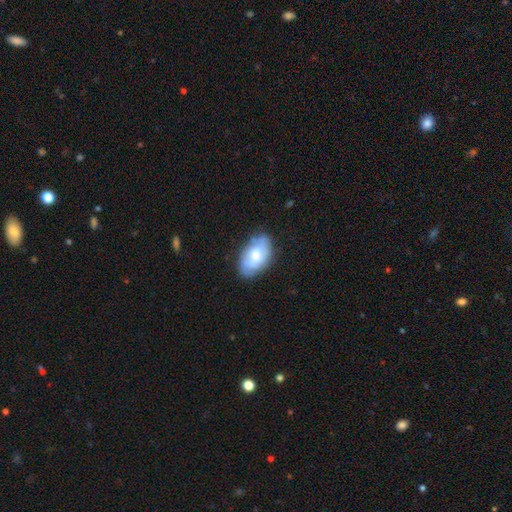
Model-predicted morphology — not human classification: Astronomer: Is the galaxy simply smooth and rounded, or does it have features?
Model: smooth — 59%.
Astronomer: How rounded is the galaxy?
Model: in between — 93%.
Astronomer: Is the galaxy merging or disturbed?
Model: none — 70%.